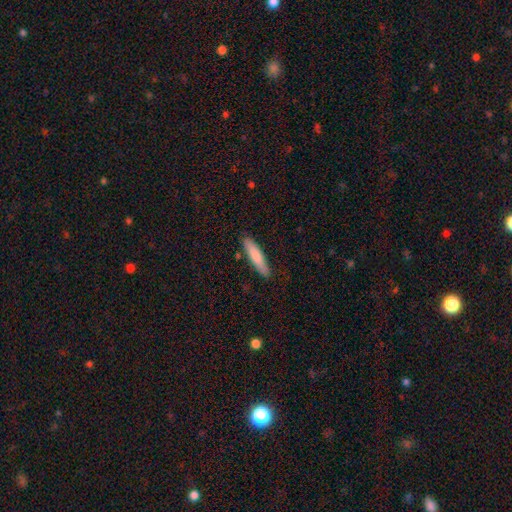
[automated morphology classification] smooth 80%, featured or disk 15%, star or artifact 5%. Down the decision tree: how rounded — cigar-shaped (84%); merging — none (86%).